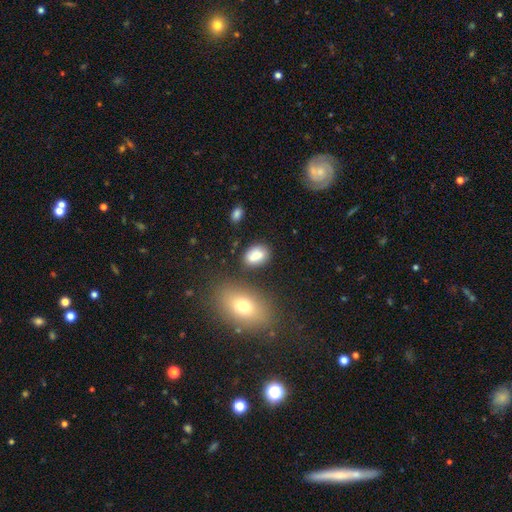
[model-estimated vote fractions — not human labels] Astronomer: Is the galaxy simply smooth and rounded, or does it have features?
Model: smooth — 83%.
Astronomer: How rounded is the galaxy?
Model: in between — 85%.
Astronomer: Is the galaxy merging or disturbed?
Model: none — 68%.